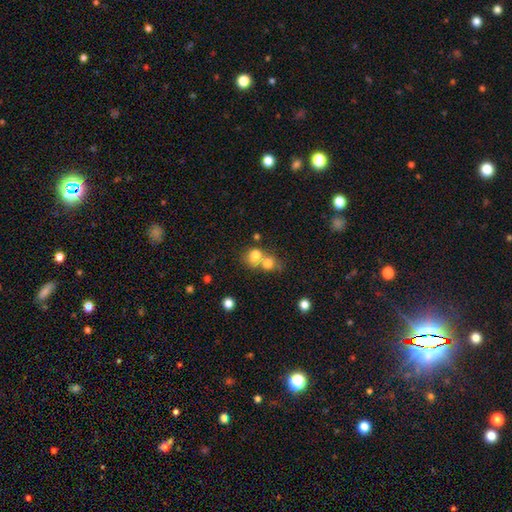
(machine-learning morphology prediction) Smooth or featured: smooth — 77% (featured or disk — 12%)
How rounded: round — 66% (in between — 32%)
Merging: merger — 61% (none — 28%)